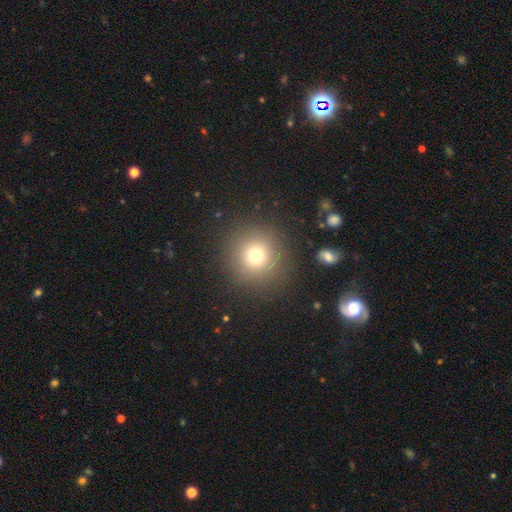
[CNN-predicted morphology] The model was most divided on "smooth or featured": smooth: 73%, star or artifact: 17%, featured or disk: 11%. More confident: how rounded — round (95%); merging — none (89%).